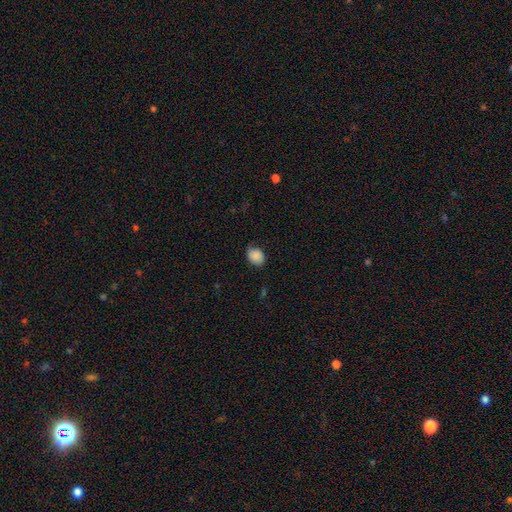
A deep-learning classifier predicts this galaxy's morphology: Smooth or featured: smooth — 85% (star or artifact — 8%)
How rounded: in between — 59% (round — 40%)
Merging: none — 70% (minor disturbance — 24%)